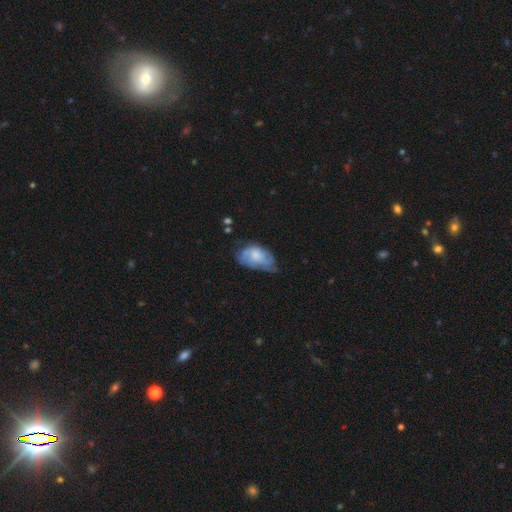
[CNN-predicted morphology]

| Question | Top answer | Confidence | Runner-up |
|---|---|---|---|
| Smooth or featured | smooth | 53% | featured or disk (40%) |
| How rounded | in between | 91% | round (7%) |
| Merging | minor disturbance | 40% | none (34%) |